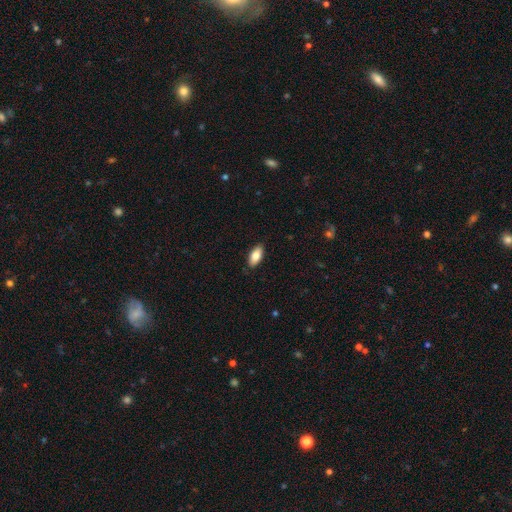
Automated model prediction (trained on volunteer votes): smooth 82%, featured or disk 12%, star or artifact 6%. Down the decision tree: how rounded — in between (88%); merging — none (87%).